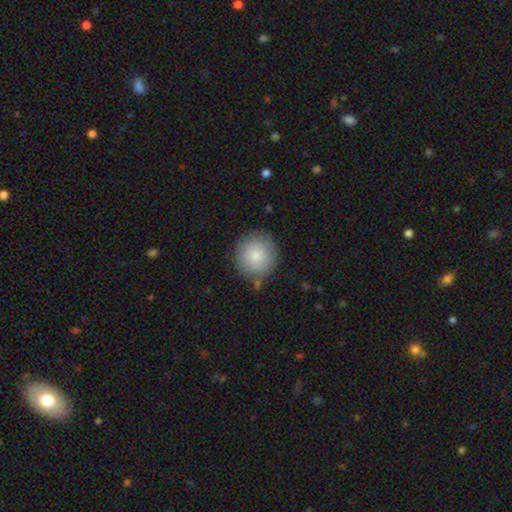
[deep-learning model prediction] The model was most divided on "merging": none: 79%, minor disturbance: 14%, merger: 4%, major disturbance: 4%. More confident: how rounded — round (91%); smooth or featured — smooth (84%).